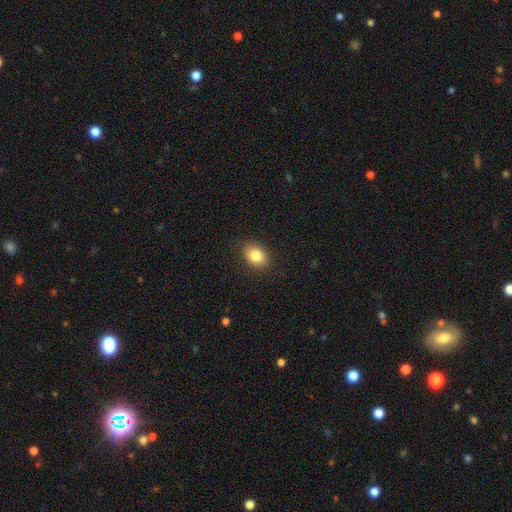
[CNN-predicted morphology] This is clearly a smooth galaxy (84%). How rounded: likely in between (63%). Merging: clearly none (88%).